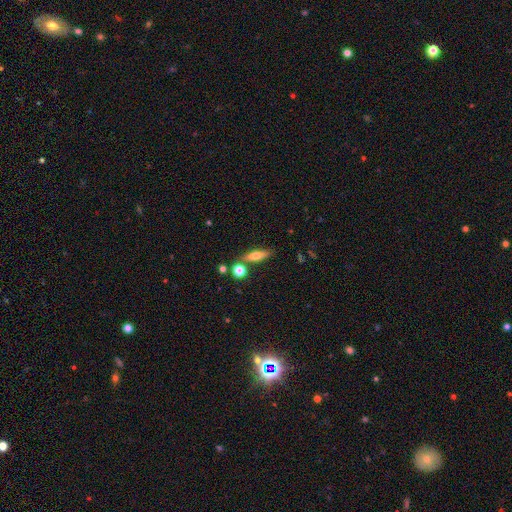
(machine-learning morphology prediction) smooth-or-featured: smooth: 60% | featured or disk: 31% | star or artifact: 9%
  how-rounded: cigar-shaped: 59% | in between: 36% | round: 5%
  merging: none: 71% | minor disturbance: 13% | merger: 12% | major disturbance: 4%